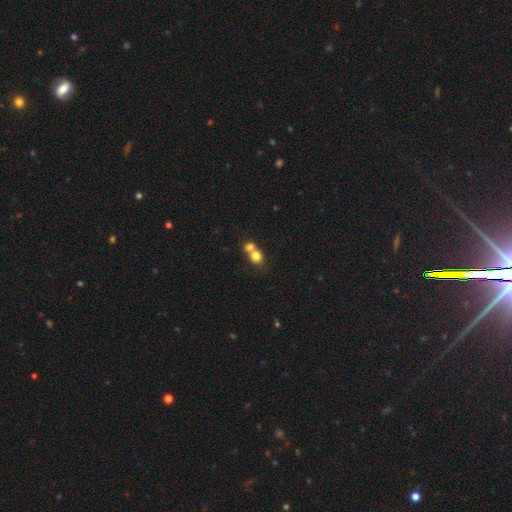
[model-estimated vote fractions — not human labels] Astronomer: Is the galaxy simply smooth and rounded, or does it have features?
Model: smooth — 78%.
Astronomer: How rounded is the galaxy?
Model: round — 74%.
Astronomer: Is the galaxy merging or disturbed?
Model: merger — 60%.